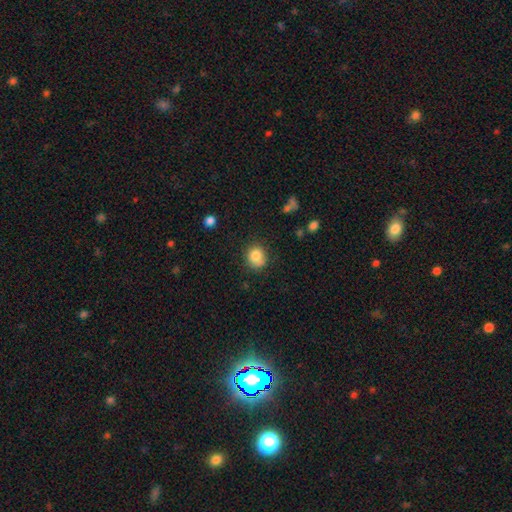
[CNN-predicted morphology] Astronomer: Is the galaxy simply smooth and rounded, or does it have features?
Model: smooth — 82%.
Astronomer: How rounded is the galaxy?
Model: round — 76%.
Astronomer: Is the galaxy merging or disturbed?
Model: none — 71%.